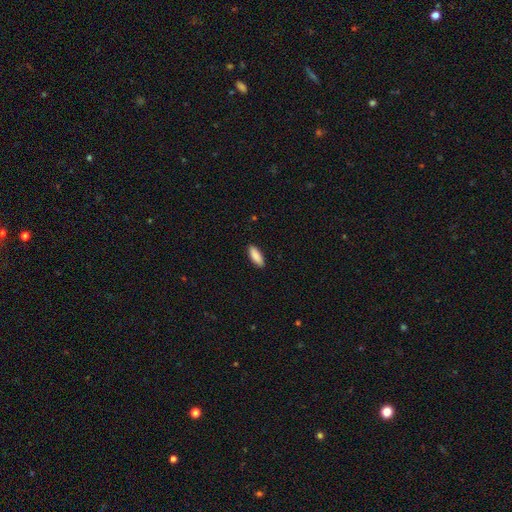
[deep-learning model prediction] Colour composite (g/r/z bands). It shows a smooth galaxy with no disk features (89%) that is in between round and cigar-shaped (70%). Merging: none (90%).